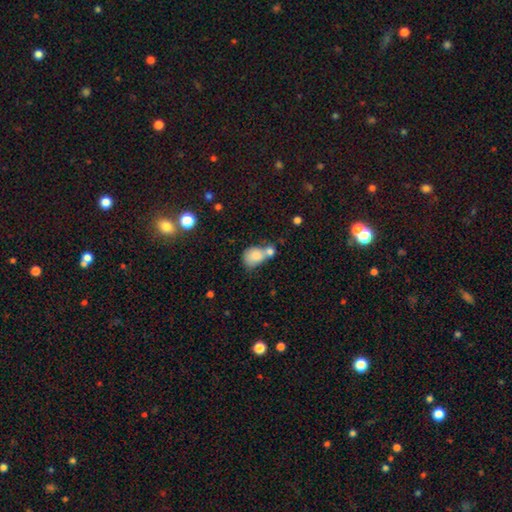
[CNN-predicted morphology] Overall: smooth (81%). How rounded: in between (51%; round 47%). Merging: merger (54%; none 26%).